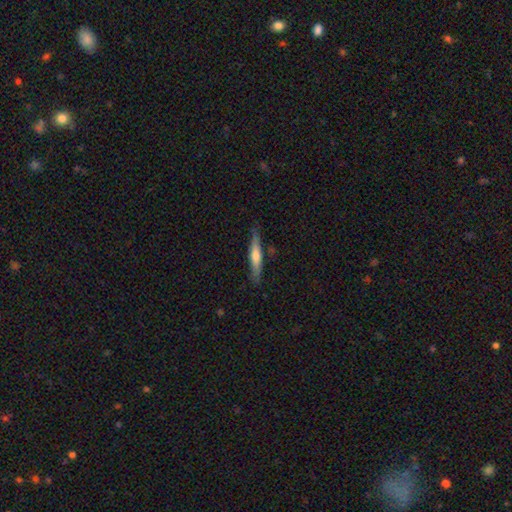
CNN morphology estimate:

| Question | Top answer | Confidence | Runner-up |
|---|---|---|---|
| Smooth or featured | smooth | 52% | featured or disk (42%) |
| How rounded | cigar-shaped | 89% | in between (9%) |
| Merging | none | 82% | minor disturbance (14%) |